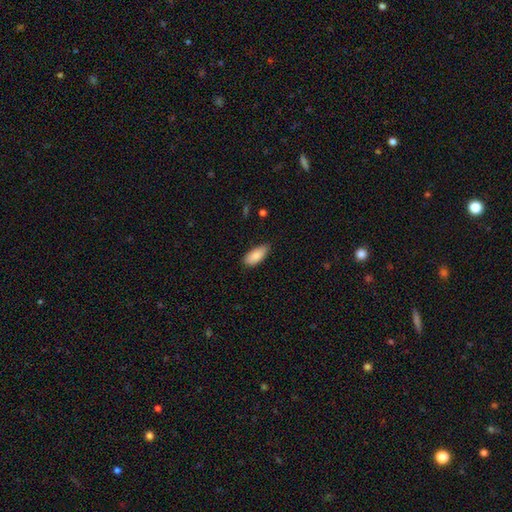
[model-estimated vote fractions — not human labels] smooth_or_featured: smooth (p=0.86) [alt: featured or disk p=0.07]
how_rounded: in between (p=0.89) [alt: cigar-shaped p=0.10]
merging: none (p=0.78) [alt: minor disturbance p=0.19]